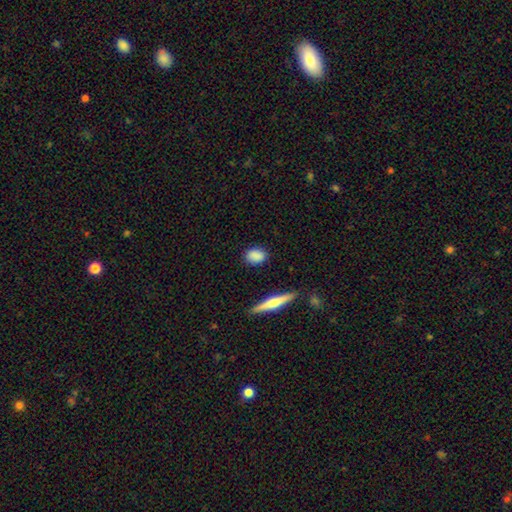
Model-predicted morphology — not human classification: Q: Smooth or featured?
A: smooth (85%); runner-up: featured or disk (8%)
Q: How rounded?
A: in between (65%); runner-up: round (29%)
Q: Merging?
A: none (85%); runner-up: minor disturbance (11%)